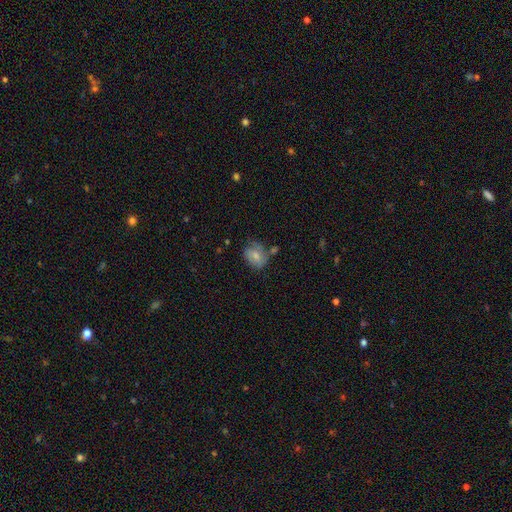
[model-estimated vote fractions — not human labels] Smooth or featured? Predicted: smooth (p=0.55). How rounded? Predicted: in between (p=0.57). Merging? Predicted: none (p=0.49).